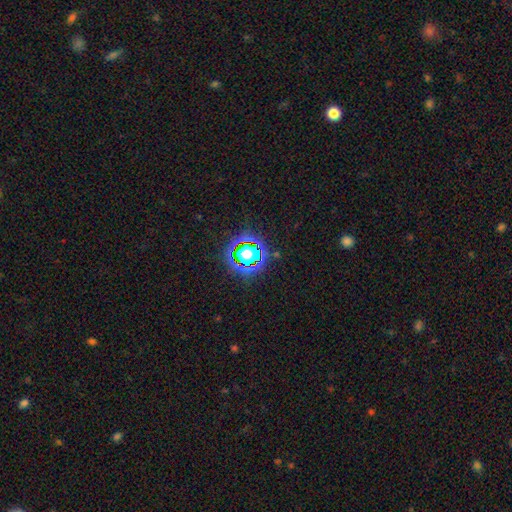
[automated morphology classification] Smooth or featured? star or artifact (79%)